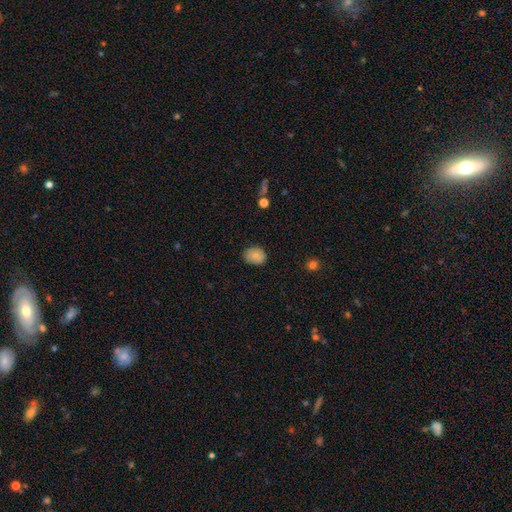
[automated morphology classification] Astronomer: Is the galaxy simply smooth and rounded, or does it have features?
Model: smooth — 82%.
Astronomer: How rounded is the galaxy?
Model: in between — 58% (runner-up: round, 41%).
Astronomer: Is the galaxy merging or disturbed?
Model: none — 81%.